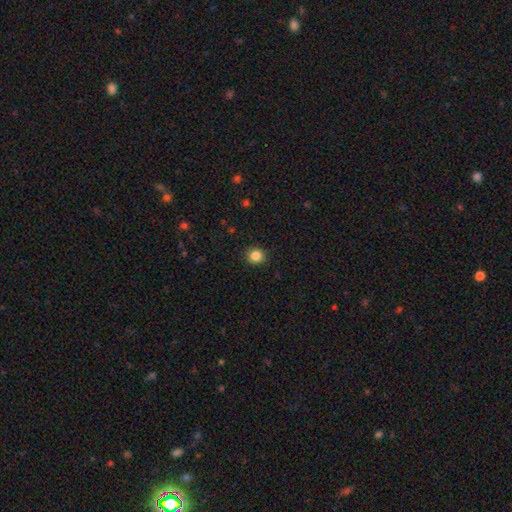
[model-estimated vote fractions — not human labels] Smooth or featured? smooth (85%)
How rounded? round (86%)
Merging? none (91%)